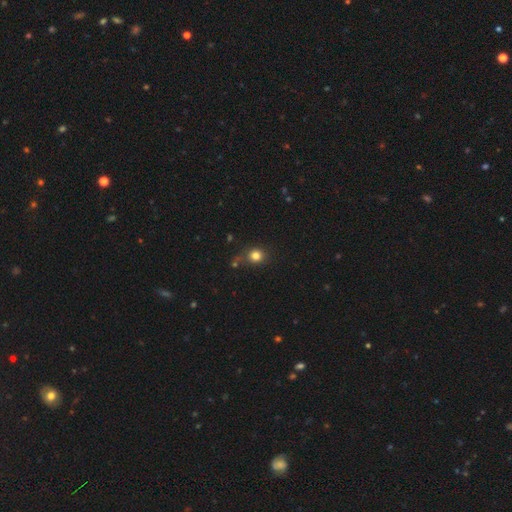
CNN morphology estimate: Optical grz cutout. It shows a smooth galaxy with no disk features (81%) that is round (82%). Merging: none (68%).